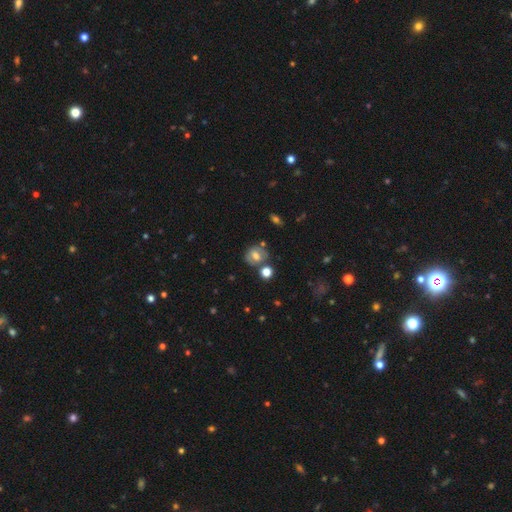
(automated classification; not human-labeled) Smooth or featured: smooth — 59% (featured or disk — 28%)
How rounded: round — 68% (in between — 31%)
Merging: none — 62% (minor disturbance — 17%)